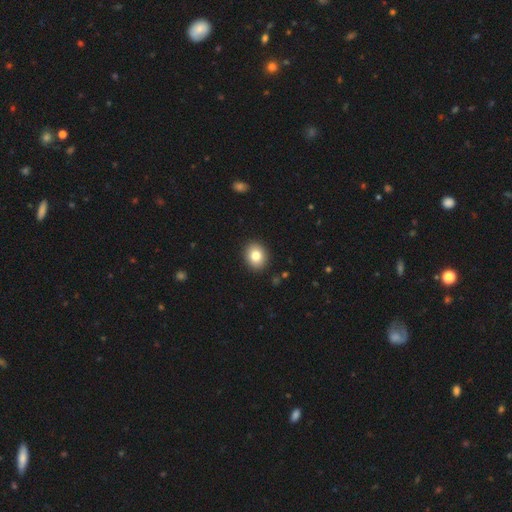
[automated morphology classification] This is clearly a smooth galaxy (81%). How rounded: possibly round (59%). Merging: clearly none (91%).